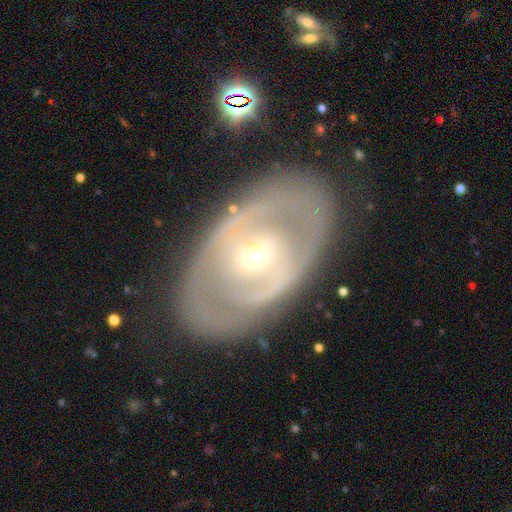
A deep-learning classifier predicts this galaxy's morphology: Smooth or featured: featured or disk — 77% (smooth — 17%)
Edge-on disk: no — 92% (yes — 8%)
Bar: no — 54% (weak — 28%)
Spiral arms: no — 56% (yes — 44%)
Bulge size: small — 70% (moderate — 26%)
Merging: none — 79% (minor disturbance — 13%)